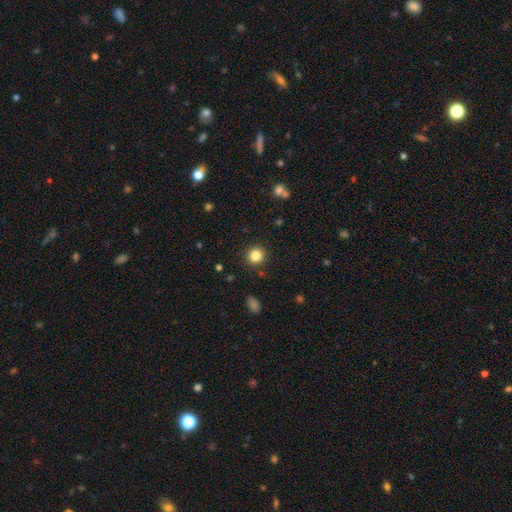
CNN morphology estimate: Smooth or featured? Predicted: smooth (p=0.84). How rounded? Predicted: round (p=0.93). Merging? Predicted: none (p=0.91).